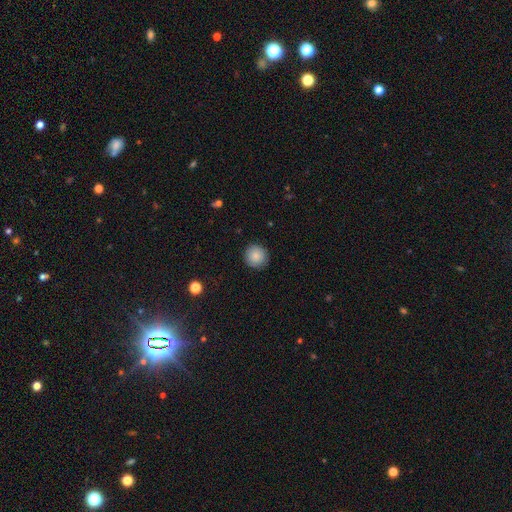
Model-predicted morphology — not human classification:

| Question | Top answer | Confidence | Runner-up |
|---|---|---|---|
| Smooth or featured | smooth | 86% | star or artifact (8%) |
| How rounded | round | 95% | in between (4%) |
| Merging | none | 90% | minor disturbance (8%) |